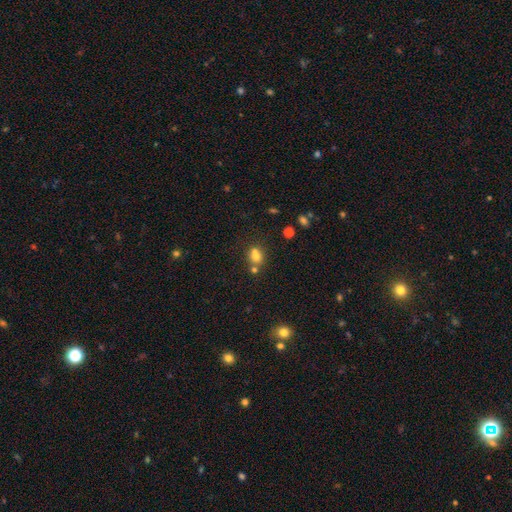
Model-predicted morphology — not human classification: Q: Smooth or featured?
A: smooth (70%); runner-up: star or artifact (16%)
Q: How rounded?
A: round (69%); runner-up: in between (29%)
Q: Merging?
A: merger (45%); runner-up: none (42%)